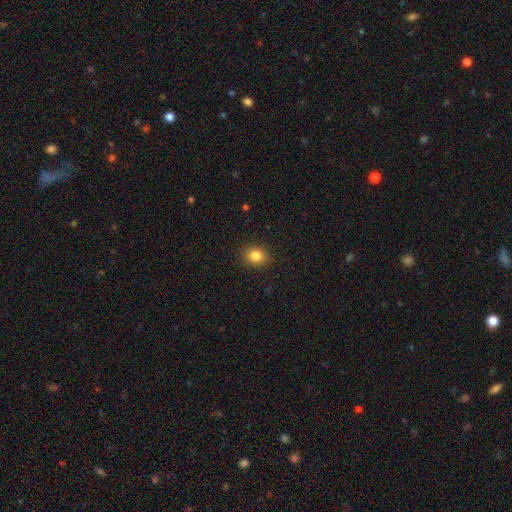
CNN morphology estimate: Q: Smooth or featured?
A: smooth (84%); runner-up: star or artifact (11%)
Q: How rounded?
A: round (64%); runner-up: in between (35%)
Q: Merging?
A: none (89%); runner-up: minor disturbance (7%)